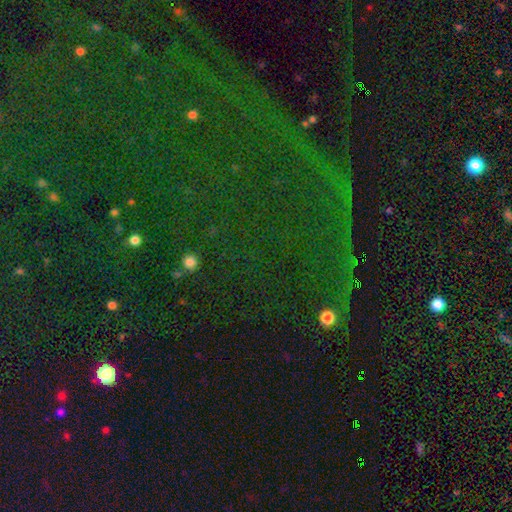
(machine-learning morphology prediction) smooth_or_featured: star or artifact (p=0.81) [alt: smooth p=0.11]